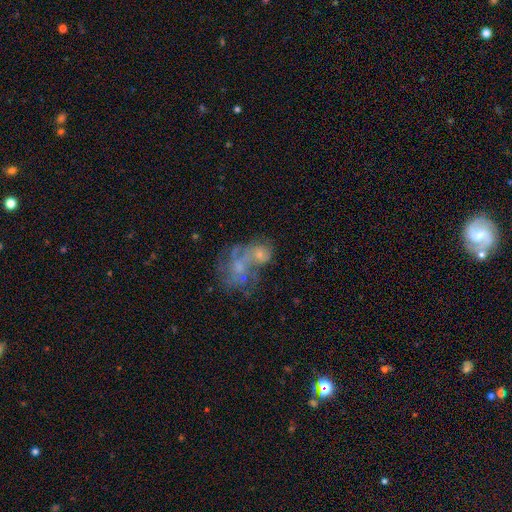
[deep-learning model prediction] A featured or disk galaxy (64%) with no bar (77%), spiral arms (59%) and a small central bulge (46%).

Vote fractions:
- Smooth or featured? featured or disk: 64% / smooth: 23% / star or artifact: 13%
- Edge-on disk? no: 98% / yes: 2%
- Bar? no: 77% / weak: 19% / strong: 4%
- Spiral arms? yes: 59% / no: 41%
- Bulge size? small: 46% / none: 25% / moderate: 25% / large: 3% / dominant: 2%
- Merging? merger: 55% / none: 21% / major disturbance: 15% / minor disturbance: 9%